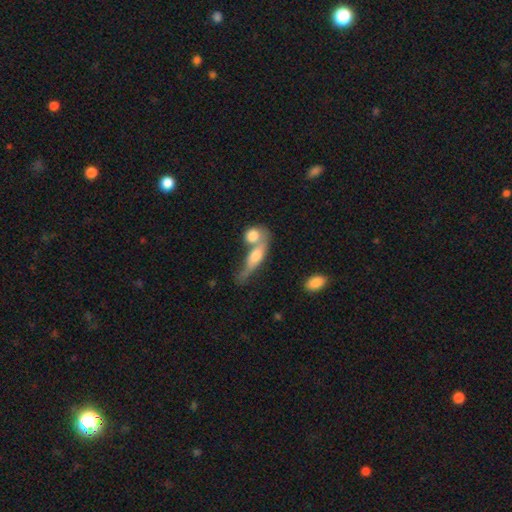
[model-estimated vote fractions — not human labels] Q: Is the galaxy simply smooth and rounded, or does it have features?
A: smooth — 59%.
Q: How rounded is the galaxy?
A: in between — 52%.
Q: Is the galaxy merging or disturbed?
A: merger — 59%.